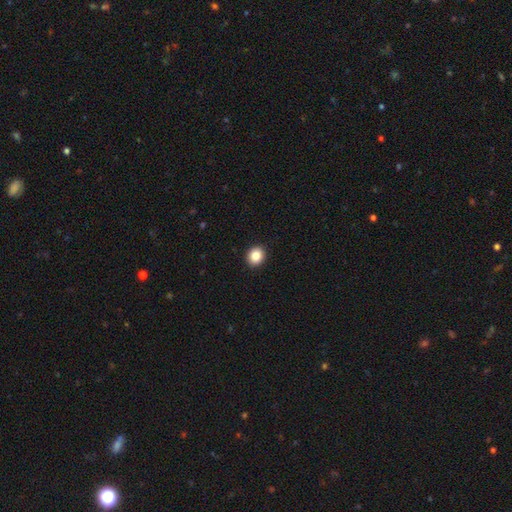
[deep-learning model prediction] Smooth or featured: smooth — 85% (star or artifact — 9%)
How rounded: round — 73% (in between — 26%)
Merging: none — 93% (minor disturbance — 5%)